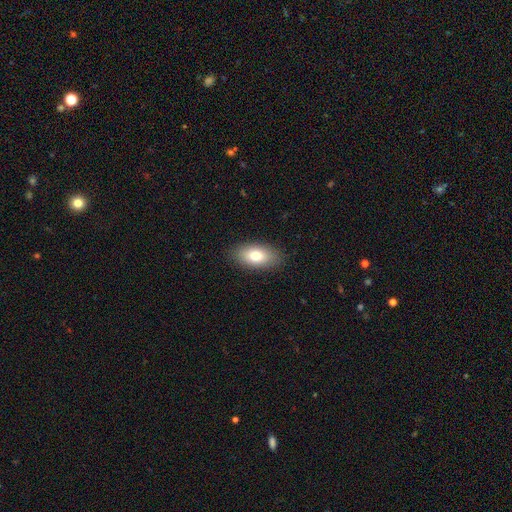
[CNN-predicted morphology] A smooth galaxy with no disk features (75%) that is in between round and cigar-shaped (91%).

Vote fractions:
- Smooth or featured? smooth: 75% / featured or disk: 17% / star or artifact: 8%
- How rounded? in between: 91% / round: 5% / cigar-shaped: 4%
- Merging? none: 87% / minor disturbance: 9% / major disturbance: 2% / merger: 1%